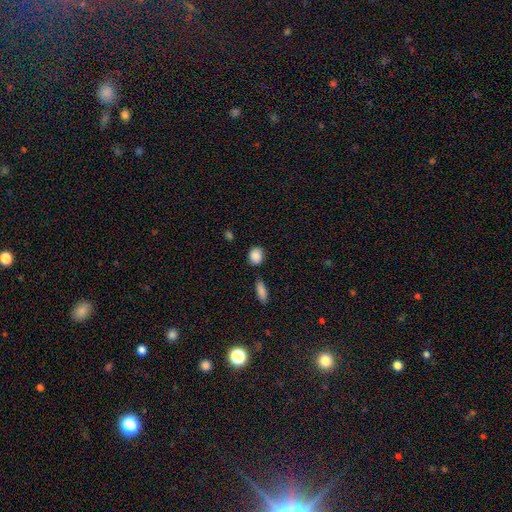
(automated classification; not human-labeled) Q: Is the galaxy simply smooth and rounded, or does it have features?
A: smooth — 89%.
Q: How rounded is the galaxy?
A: round — 52%.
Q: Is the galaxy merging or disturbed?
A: none — 77%.